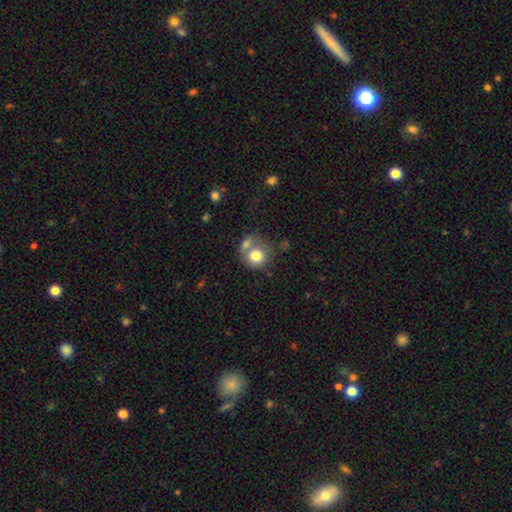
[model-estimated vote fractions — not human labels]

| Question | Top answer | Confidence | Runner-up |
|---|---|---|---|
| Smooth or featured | smooth | 76% | featured or disk (15%) |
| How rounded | round | 79% | in between (20%) |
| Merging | merger | 40% | tied: none (40%) |